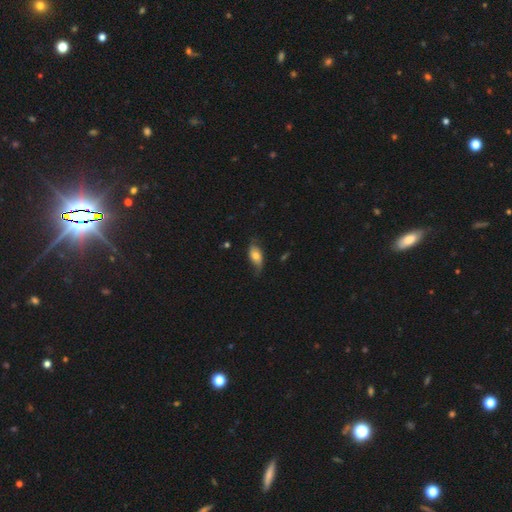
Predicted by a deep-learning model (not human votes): Smooth or featured? Predicted: smooth (p=0.56). How rounded? Predicted: in between (p=0.87). Merging? Predicted: none (p=0.63).